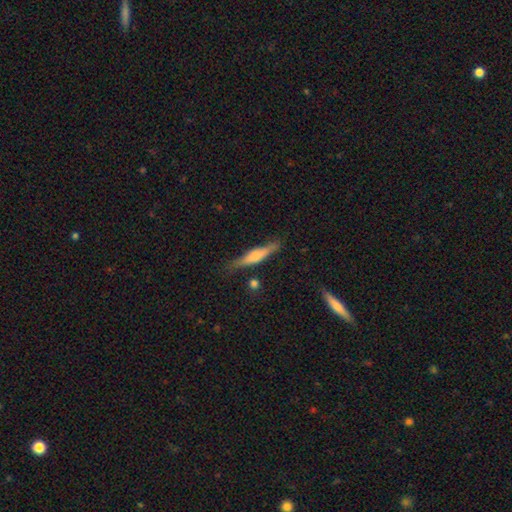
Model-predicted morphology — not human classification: smooth 52%, featured or disk 42%, star or artifact 6%. Down the decision tree: how rounded — cigar-shaped (85%); merging — none (79%).